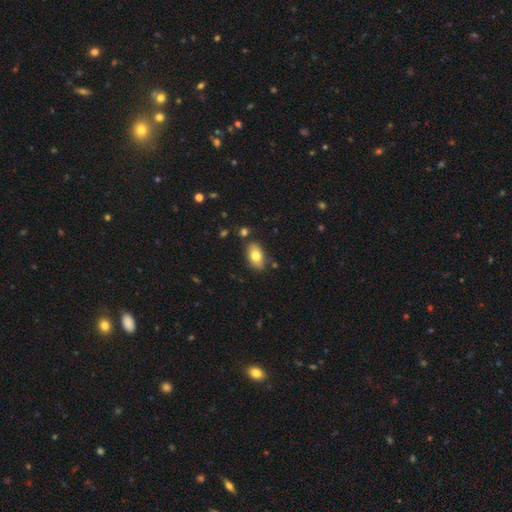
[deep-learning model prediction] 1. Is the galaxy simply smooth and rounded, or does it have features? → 77% smooth, 16% featured or disk, 7% star or artifact.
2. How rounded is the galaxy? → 90% in between, 7% round, 2% cigar-shaped.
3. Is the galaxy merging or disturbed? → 81% none, 13% minor disturbance, 4% merger, 3% major disturbance.